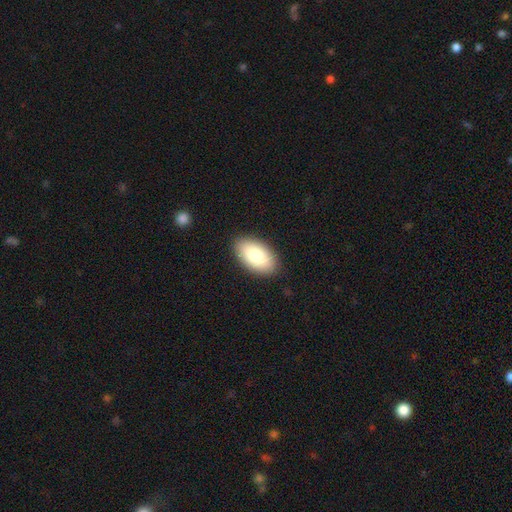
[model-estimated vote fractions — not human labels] Smooth or featured? Predicted: smooth (p=0.86). How rounded? Predicted: in between (p=0.96). Merging? Predicted: none (p=0.88).